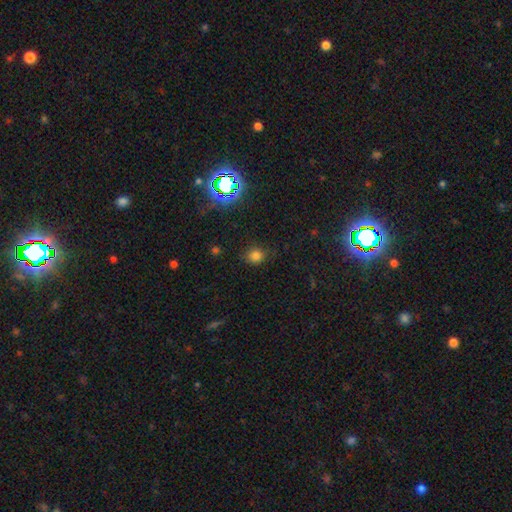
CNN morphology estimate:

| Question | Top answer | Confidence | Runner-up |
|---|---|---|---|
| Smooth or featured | smooth | 74% | star or artifact (20%) |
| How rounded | round | 76% | in between (23%) |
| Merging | none | 81% | minor disturbance (14%) |